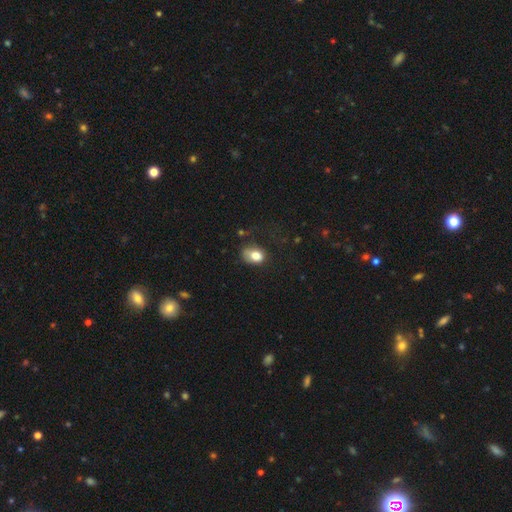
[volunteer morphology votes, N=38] Smooth or featured? smooth (87%)
How rounded? in between (73%)
Merging? minor disturbance (44%)